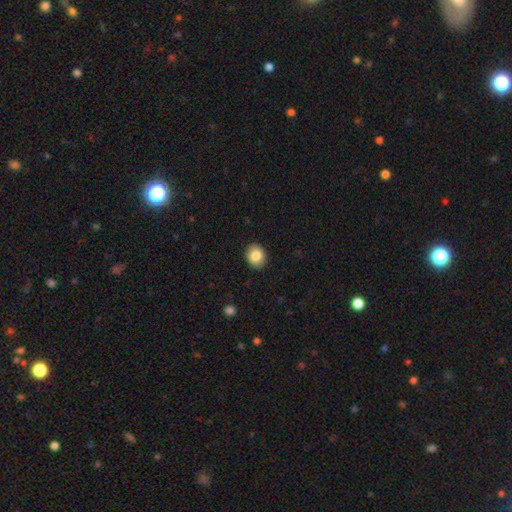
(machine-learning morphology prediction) Q: Smooth or featured?
A: smooth (86%); runner-up: star or artifact (8%)
Q: How rounded?
A: round (59%); runner-up: in between (40%)
Q: Merging?
A: none (91%); runner-up: minor disturbance (7%)